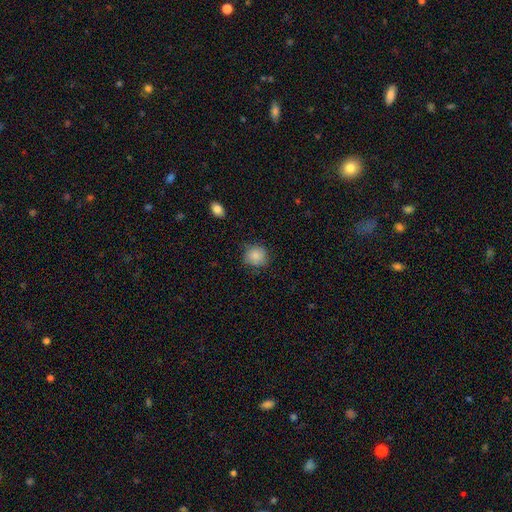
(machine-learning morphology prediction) Smooth or featured? Predicted: smooth (p=0.85). How rounded? Predicted: round (p=0.86). Merging? Predicted: none (p=0.79).